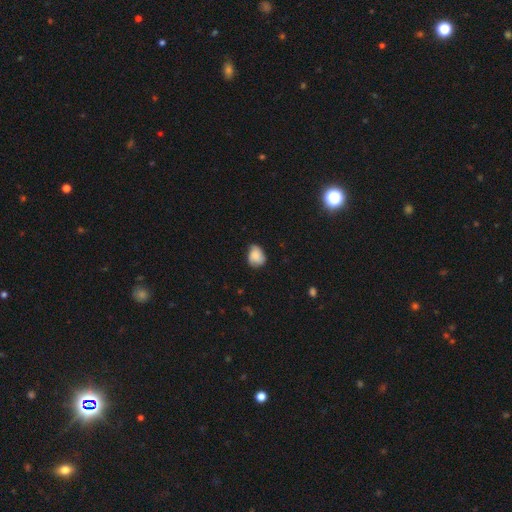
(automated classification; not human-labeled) Smooth or featured?
  - smooth: 76% *
  - featured or disk: 16%
  - star or artifact: 8%
How rounded?
  - in between: 53% *
  - round: 46%
  - cigar-shaped: 1%
Merging?
  - none: 63% *
  - minor disturbance: 30%
  - major disturbance: 6%
  - merger: 1%